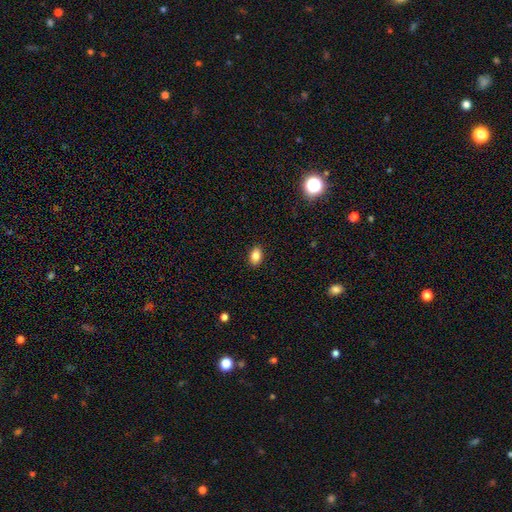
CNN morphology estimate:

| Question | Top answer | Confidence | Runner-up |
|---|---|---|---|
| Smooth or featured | smooth | 84% | star or artifact (9%) |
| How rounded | in between | 83% | round (15%) |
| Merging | none | 90% | minor disturbance (7%) |